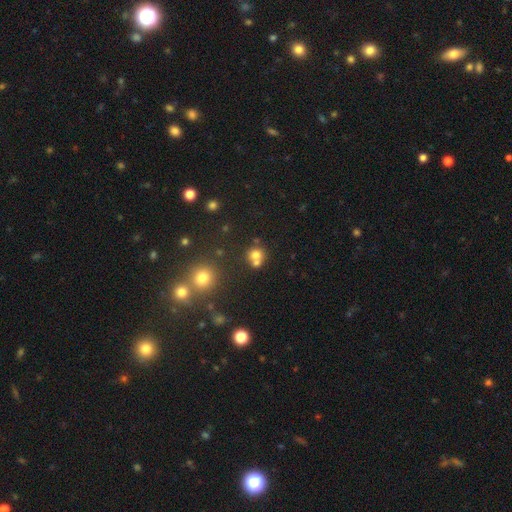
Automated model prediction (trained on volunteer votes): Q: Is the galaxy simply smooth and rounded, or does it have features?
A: smooth — 72%.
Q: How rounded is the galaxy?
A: round — 86%.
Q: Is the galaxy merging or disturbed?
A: none — 50%.